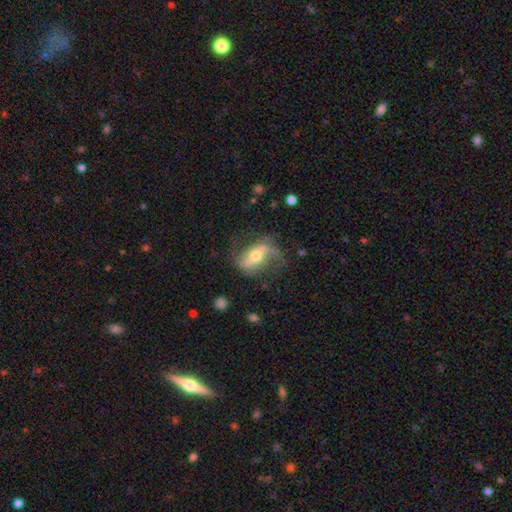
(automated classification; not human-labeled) Smooth or featured?
  - featured or disk: 78% *
  - smooth: 15%
  - star or artifact: 7%
Edge-on disk?
  - no: 94% *
  - yes: 6%
Bar?
  - weak: 37% * (tied)
  - strong: 37% * (tied)
  - no: 27%
Spiral arms?
  - yes: 91% *
  - no: 9%
Spiral winding?
  - loose: 61% *
  - medium: 30%
  - tight: 9%
Spiral arm count?
  - 2: 80% *
  - 1: 12%
  - can't tell: 5%
  - 3: 1%
  - 4: 1%
  - more than 4: 1%
Bulge size?
  - moderate: 65% *
  - small: 27%
  - large: 5%
  - none: 1%
  - dominant: 1%
Merging?
  - none: 62% *
  - minor disturbance: 20%
  - major disturbance: 15%
  - merger: 2%